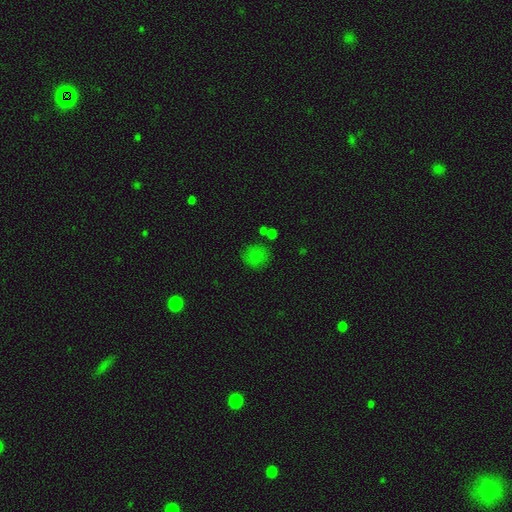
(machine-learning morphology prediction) A smooth galaxy with no disk features (75%) that is round (84%).

Vote fractions:
- Smooth or featured? smooth: 75% / star or artifact: 17% / featured or disk: 7%
- How rounded? round: 84% / in between: 15% / cigar-shaped: 1%
- Merging? none: 72% / minor disturbance: 15% / merger: 8% / major disturbance: 5%